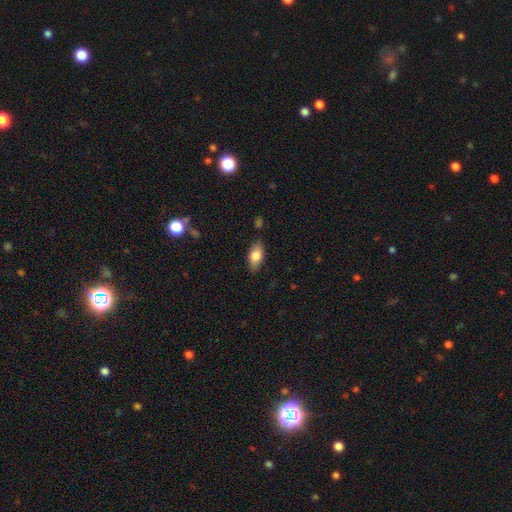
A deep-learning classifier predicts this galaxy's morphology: smooth-or-featured: smooth: 78% | featured or disk: 15% | star or artifact: 7%
  how-rounded: in between: 88% | cigar-shaped: 8% | round: 4%
  merging: none: 84% | minor disturbance: 12% | major disturbance: 3% | merger: 2%